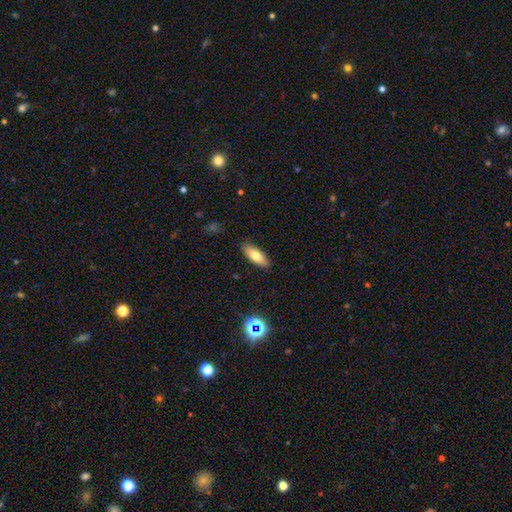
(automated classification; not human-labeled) This is likely a smooth galaxy (76%). How rounded: likely in between (71%). Merging: clearly none (88%).